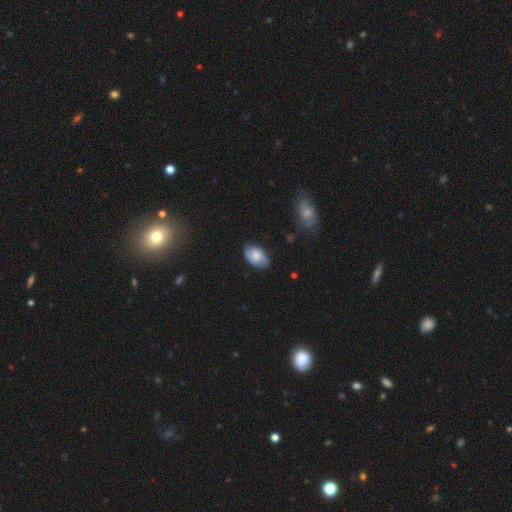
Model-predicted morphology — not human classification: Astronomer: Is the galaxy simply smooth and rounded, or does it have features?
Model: smooth — 54% (runner-up: featured or disk, 38%).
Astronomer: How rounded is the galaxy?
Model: in between — 89%.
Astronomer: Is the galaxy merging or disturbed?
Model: none — 75%.